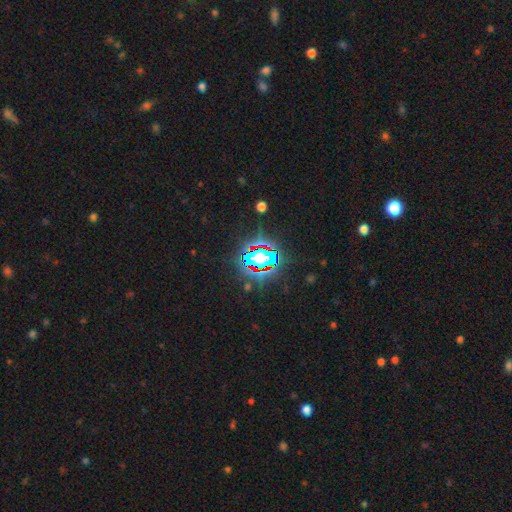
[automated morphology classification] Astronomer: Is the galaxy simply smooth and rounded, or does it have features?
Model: star or artifact — 73%.